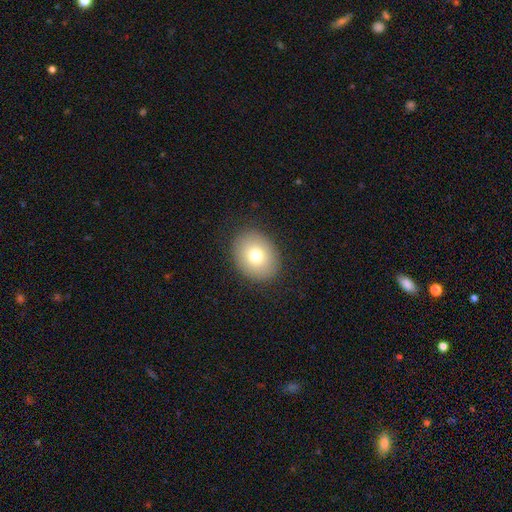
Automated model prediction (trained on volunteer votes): This appears to be a smooth galaxy with no disk features (77%) that is in between round and cigar-shaped (56%). Merging: none (88%).